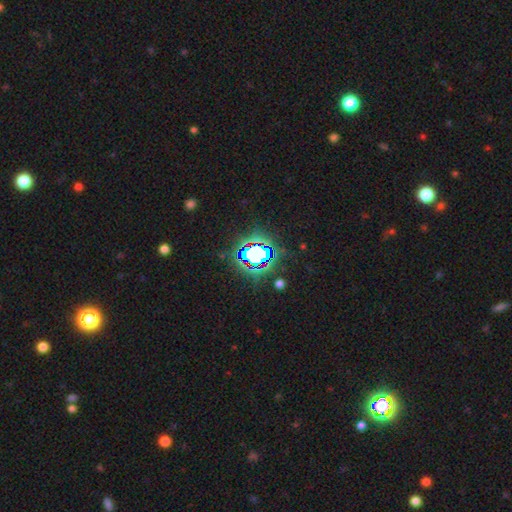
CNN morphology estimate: type=star or artifact (72%).